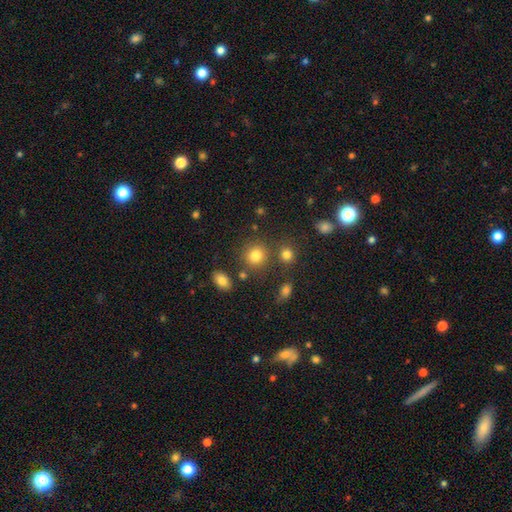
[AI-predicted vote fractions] smooth 80%, star or artifact 13%, featured or disk 7%. Down the decision tree: how rounded — round (83%); merging — none (75%).